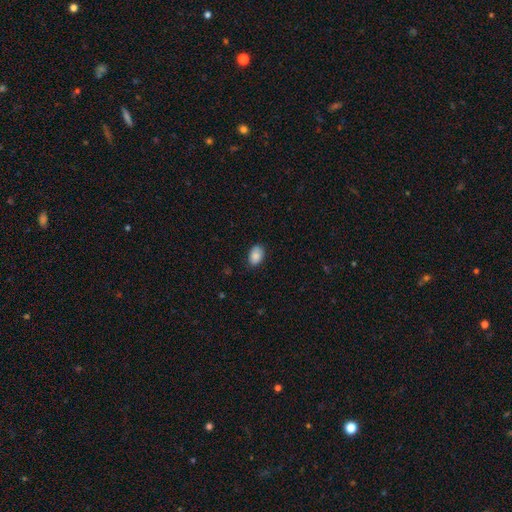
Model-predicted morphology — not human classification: A smooth galaxy with no disk features (88%) that is in between round and cigar-shaped (88%). Merging: none (82%).